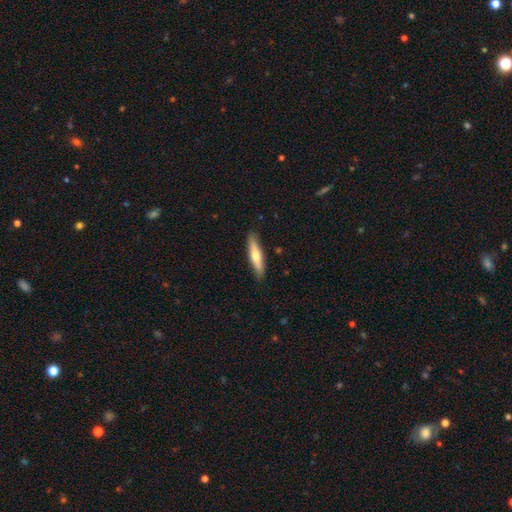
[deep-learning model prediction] This appears to be a smooth galaxy with no disk features (53%) that is cigar-shaped (81%). Merging: none (87%).